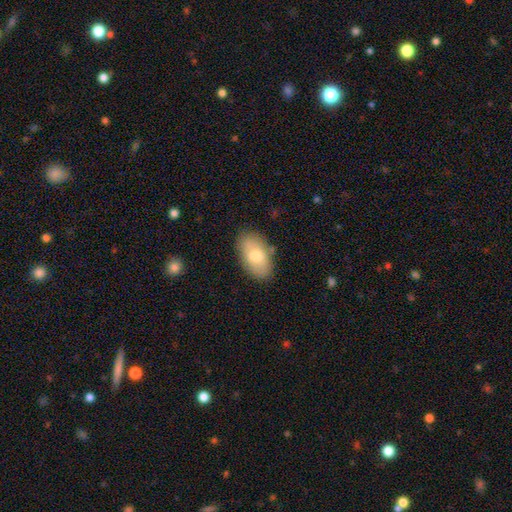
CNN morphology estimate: This is likely a smooth galaxy (72%). How rounded: clearly in between (93%). Merging: clearly none (81%).